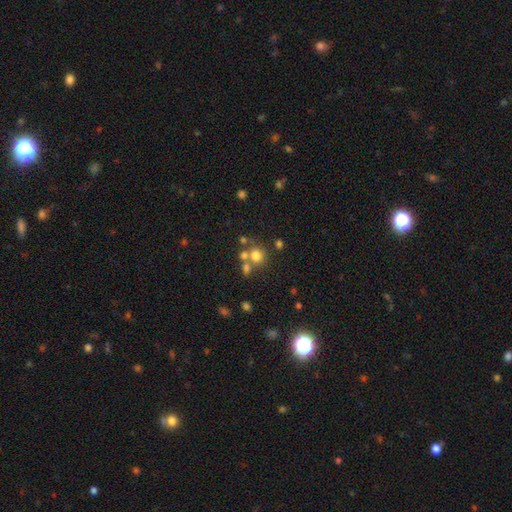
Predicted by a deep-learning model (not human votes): Morphology: type=smooth (71%); roundness=round (84%); merging=none (56%).